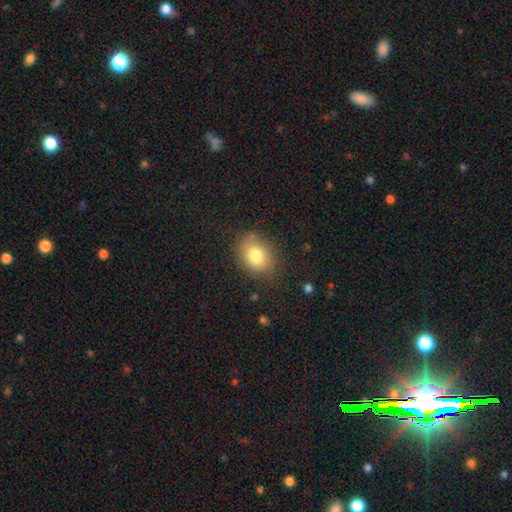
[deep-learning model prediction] Q: Smooth or featured?
A: smooth (80%); runner-up: featured or disk (10%)
Q: How rounded?
A: in between (62%); runner-up: round (37%)
Q: Merging?
A: none (80%); runner-up: minor disturbance (14%)